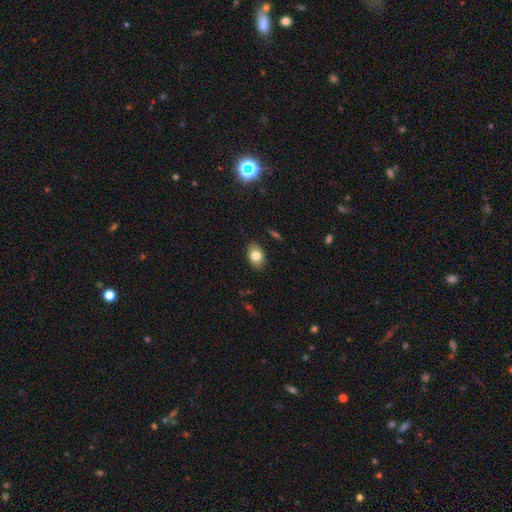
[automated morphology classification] type=smooth (79%); roundness=in between (82%); merging=none (87%).